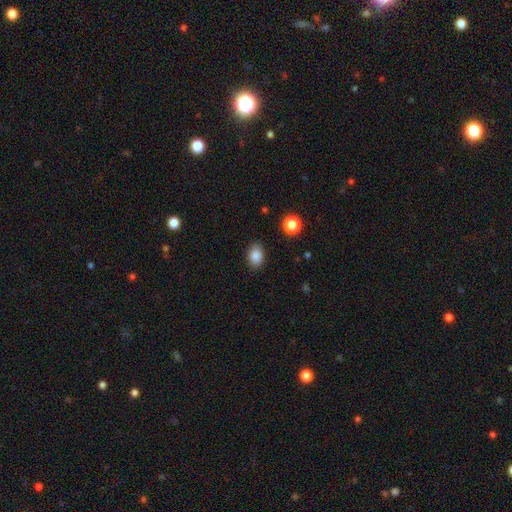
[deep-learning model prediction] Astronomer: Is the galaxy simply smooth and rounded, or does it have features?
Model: smooth — 86%.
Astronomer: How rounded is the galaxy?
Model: in between — 76%.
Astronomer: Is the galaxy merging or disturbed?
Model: none — 86%.